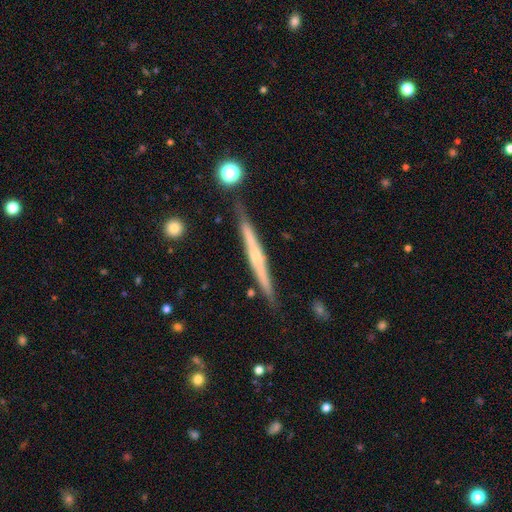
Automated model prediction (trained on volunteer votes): smooth_or_featured: featured or disk (p=0.72) [alt: smooth p=0.22]
disk_edge_on: yes (p=0.97) [alt: no p=0.03]
edge_on_bulge: rounded (p=0.54) [alt: none p=0.36]
merging: none (p=0.85) [alt: minor disturbance p=0.11]